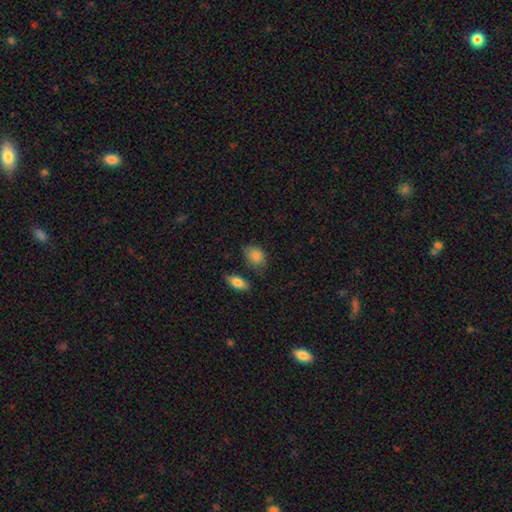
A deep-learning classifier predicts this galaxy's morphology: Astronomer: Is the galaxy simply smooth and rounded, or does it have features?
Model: smooth — 84%.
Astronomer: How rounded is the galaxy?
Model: in between — 72%.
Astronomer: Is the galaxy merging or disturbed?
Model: none — 61%.